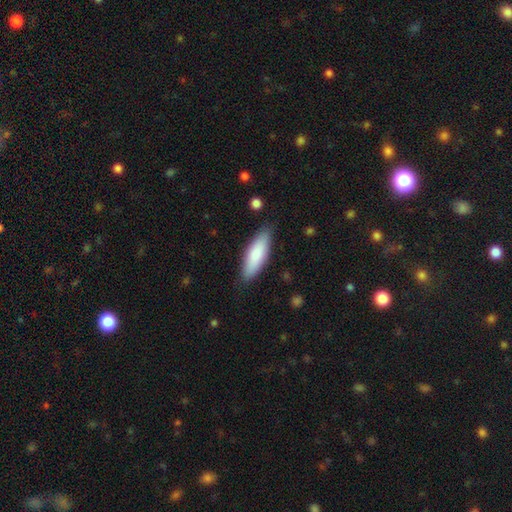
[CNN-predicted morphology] smooth_or_featured: smooth (p=0.78) [alt: featured or disk p=0.17]
how_rounded: in between (p=0.59) [alt: cigar-shaped p=0.40]
merging: none (p=0.83) [alt: minor disturbance p=0.13]